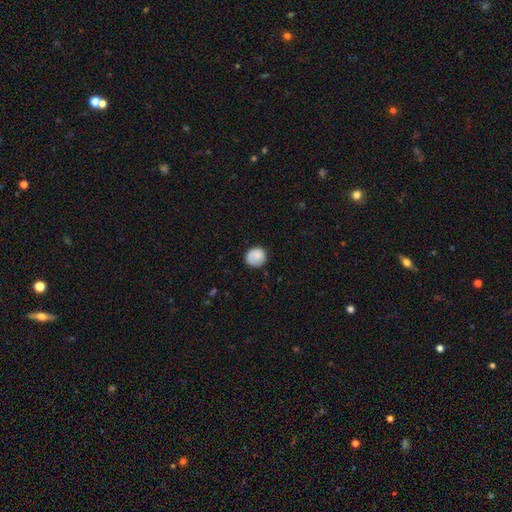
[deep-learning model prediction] The model was most divided on "merging": none: 79%, minor disturbance: 16%, major disturbance: 4%, merger: 1%. More confident: how rounded — round (89%); smooth or featured — smooth (81%).